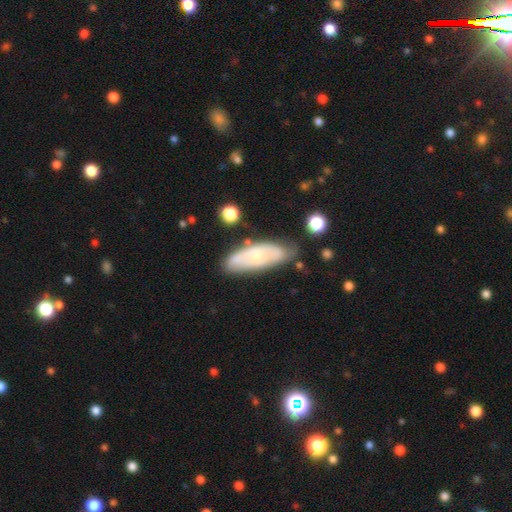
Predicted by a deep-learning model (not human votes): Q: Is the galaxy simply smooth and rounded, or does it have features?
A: featured or disk — 50%.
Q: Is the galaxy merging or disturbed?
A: none — 68%.